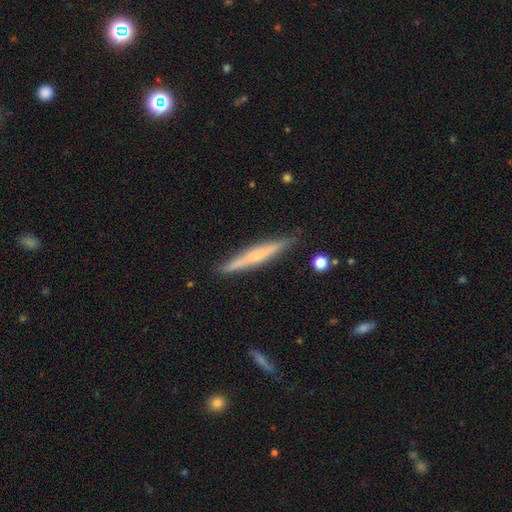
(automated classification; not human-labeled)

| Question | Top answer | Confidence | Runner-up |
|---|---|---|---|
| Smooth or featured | featured or disk | 49% | smooth (45%) |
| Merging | none | 88% | minor disturbance (9%) |